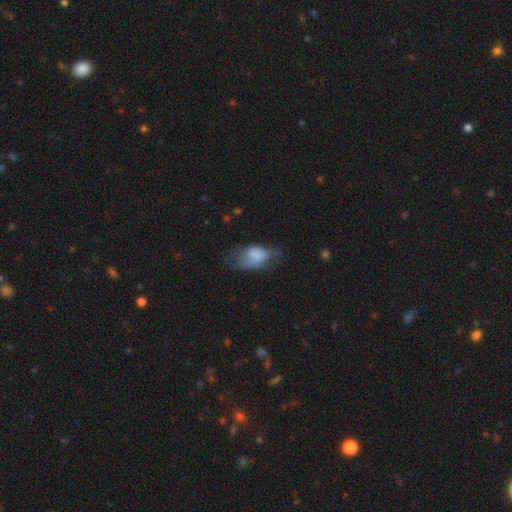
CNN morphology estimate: Smooth or featured: smooth — 72% (featured or disk — 20%)
How rounded: in between — 88% (round — 9%)
Merging: none — 38% (minor disturbance — 34%)